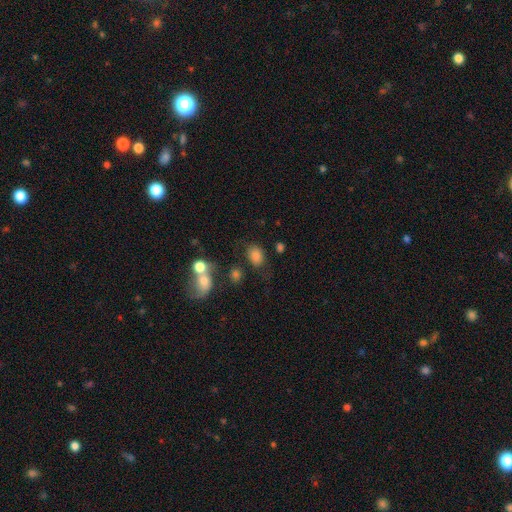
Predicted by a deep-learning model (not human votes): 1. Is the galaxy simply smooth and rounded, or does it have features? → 82% smooth, 11% star or artifact, 7% featured or disk.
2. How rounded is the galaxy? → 70% in between, 29% round, 1% cigar-shaped.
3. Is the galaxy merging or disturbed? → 67% none, 15% minor disturbance, 11% merger, 7% major disturbance.